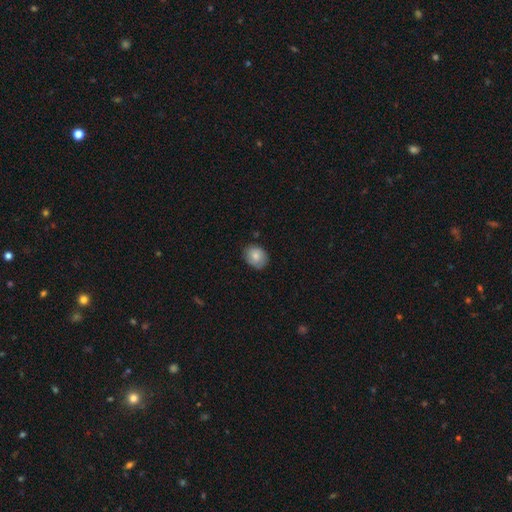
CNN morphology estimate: The model was most divided on "how rounded": in between: 52%, round: 47%, cigar-shaped: 1%. More confident: merging — none (79%); smooth or featured — smooth (78%).